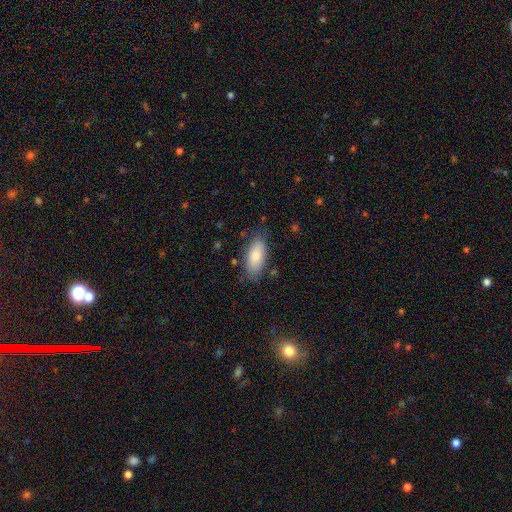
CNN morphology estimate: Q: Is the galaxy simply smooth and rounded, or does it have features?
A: smooth — 84%.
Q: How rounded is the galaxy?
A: in between — 86%.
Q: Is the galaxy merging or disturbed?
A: none — 78%.